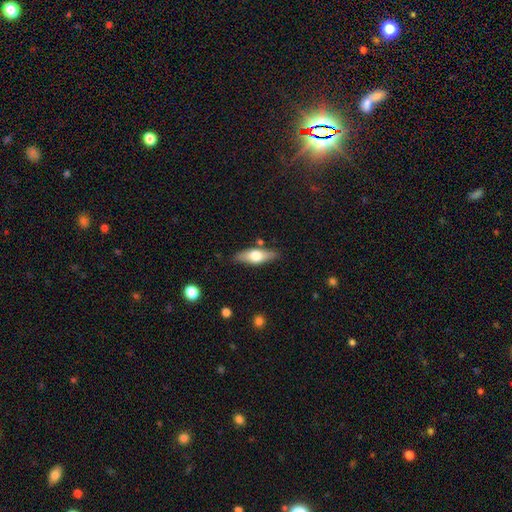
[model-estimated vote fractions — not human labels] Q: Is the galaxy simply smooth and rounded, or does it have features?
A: smooth — 52%.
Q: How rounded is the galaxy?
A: in between — 58%.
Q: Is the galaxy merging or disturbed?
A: none — 82%.